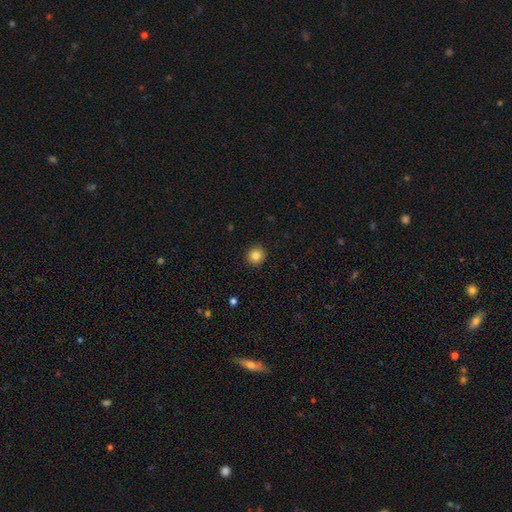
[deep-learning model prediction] Smooth or featured? Predicted: smooth (p=0.85). How rounded? Predicted: round (p=0.94). Merging? Predicted: none (p=0.92).